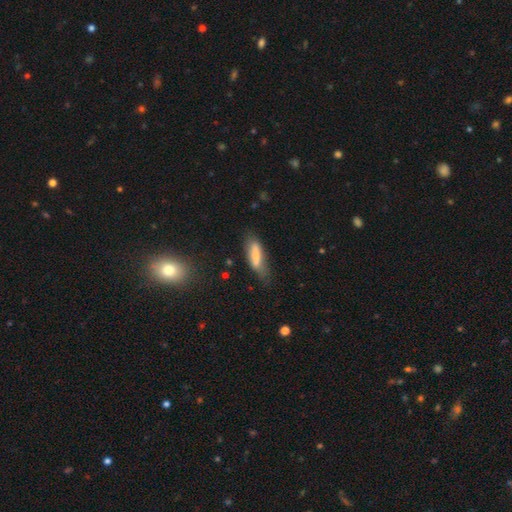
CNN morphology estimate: Q: Smooth or featured?
A: smooth (77%); runner-up: featured or disk (16%)
Q: How rounded?
A: cigar-shaped (51%); runner-up: in between (47%)
Q: Merging?
A: none (52%); runner-up: minor disturbance (32%)